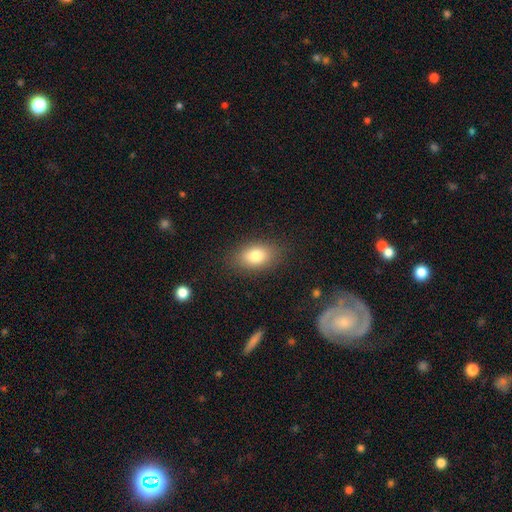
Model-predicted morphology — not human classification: Q: Smooth or featured?
A: smooth (80%); runner-up: featured or disk (11%)
Q: How rounded?
A: in between (84%); runner-up: round (14%)
Q: Merging?
A: none (85%); runner-up: minor disturbance (10%)